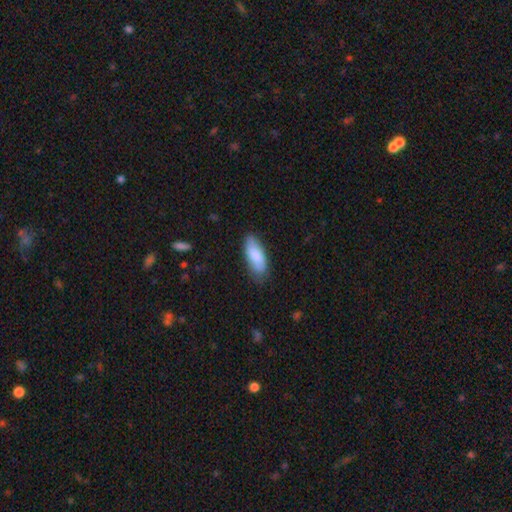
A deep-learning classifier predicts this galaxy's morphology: This appears to be a smooth galaxy with no disk features (83%) that is in between round and cigar-shaped (79%). Merging: none (76%).